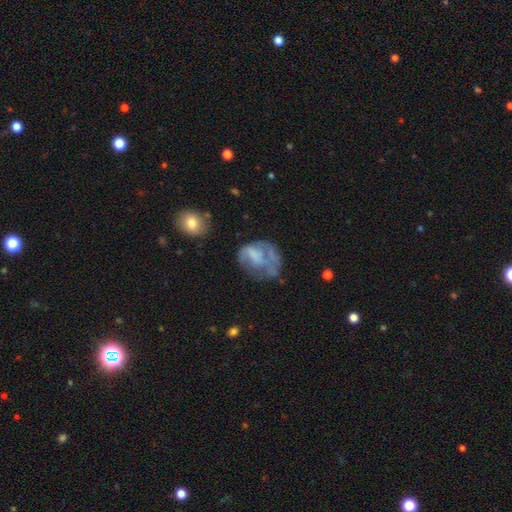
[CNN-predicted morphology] This is marginally a featured or disk galaxy (45%). Merging: marginally major disturbance (35%).